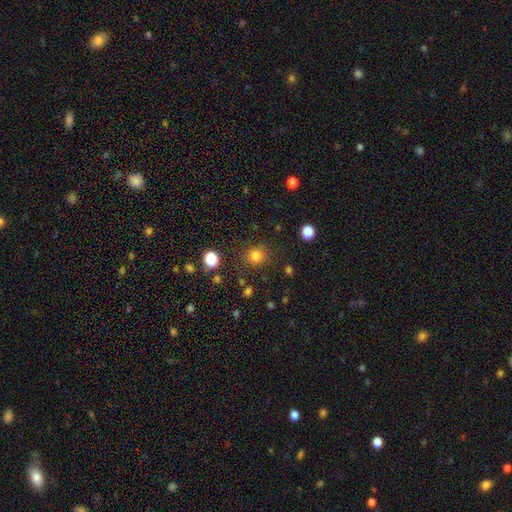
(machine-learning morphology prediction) smooth_or_featured: smooth (p=0.80) [alt: star or artifact p=0.15]
how_rounded: round (p=0.89) [alt: in between p=0.10]
merging: none (p=0.85) [alt: minor disturbance p=0.09]